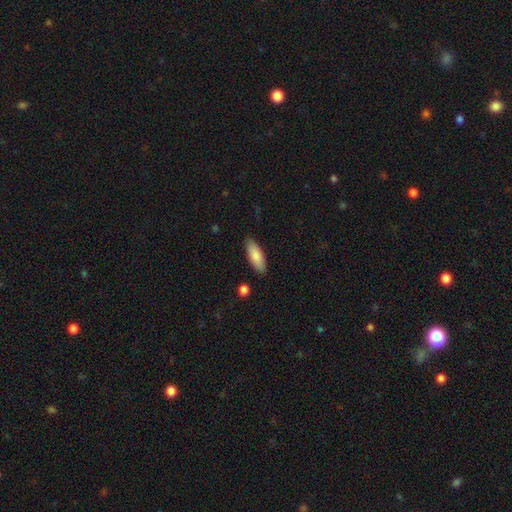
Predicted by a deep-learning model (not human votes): This appears to be a smooth galaxy with no disk features (85%) that is in between round and cigar-shaped (71%). Merging: none (87%).